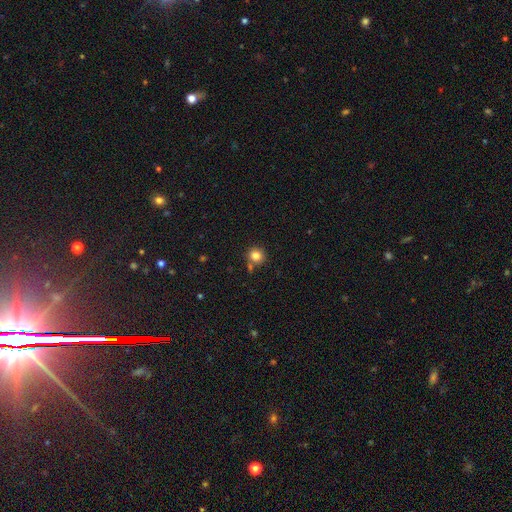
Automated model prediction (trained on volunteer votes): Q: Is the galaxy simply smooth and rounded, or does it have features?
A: smooth — 82%.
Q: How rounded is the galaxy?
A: round — 91%.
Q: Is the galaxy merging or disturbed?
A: none — 76%.